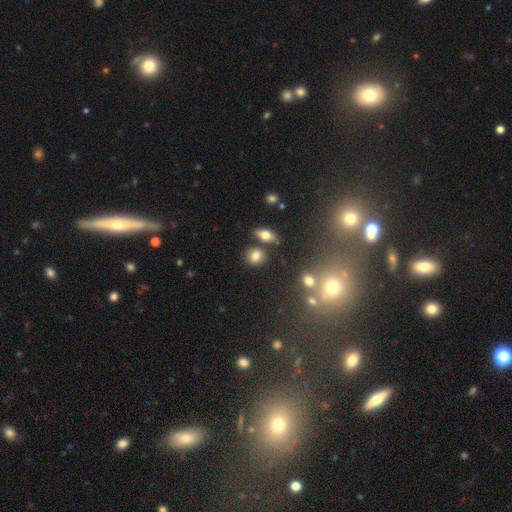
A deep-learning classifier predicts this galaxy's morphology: A smooth galaxy with no disk features (77%) that is round (70%). Merging: none (75%).